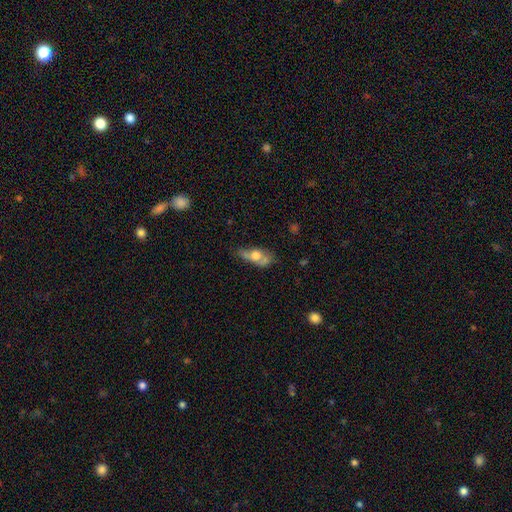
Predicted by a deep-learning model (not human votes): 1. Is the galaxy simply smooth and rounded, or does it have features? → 51% smooth, 40% featured or disk, 9% star or artifact.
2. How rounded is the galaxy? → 71% in between, 19% cigar-shaped, 10% round.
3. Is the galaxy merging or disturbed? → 38% none, 29% minor disturbance, 21% major disturbance, 12% merger.